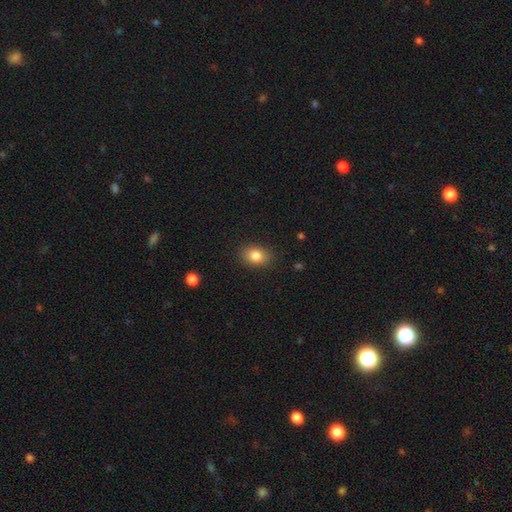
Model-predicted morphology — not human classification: smooth 84%, star or artifact 10%, featured or disk 7%. Down the decision tree: how rounded — in between (65%); merging — none (86%).